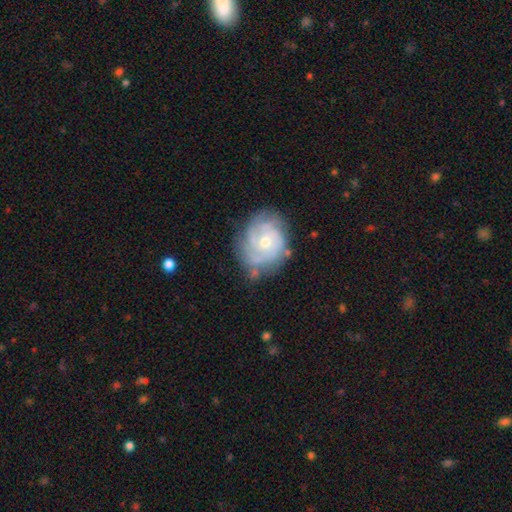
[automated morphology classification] This appears to be a featured or disk galaxy (77%) with no bar (75%), tight (59%) spiral arms (90%) and a moderate central bulge (52%). Merging: none (66%).